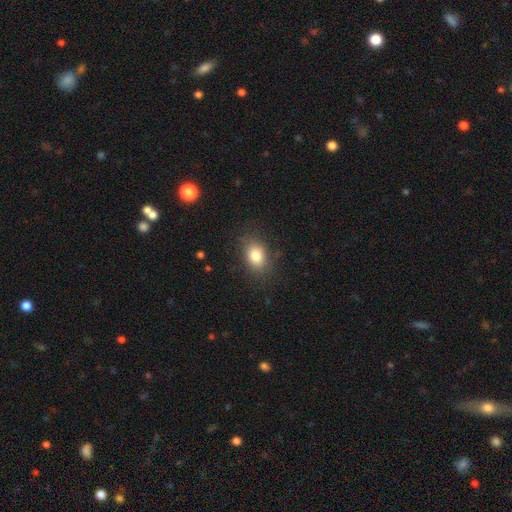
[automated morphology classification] A smooth galaxy with no disk features (81%) that is in between round and cigar-shaped (73%). Merging: none (82%).